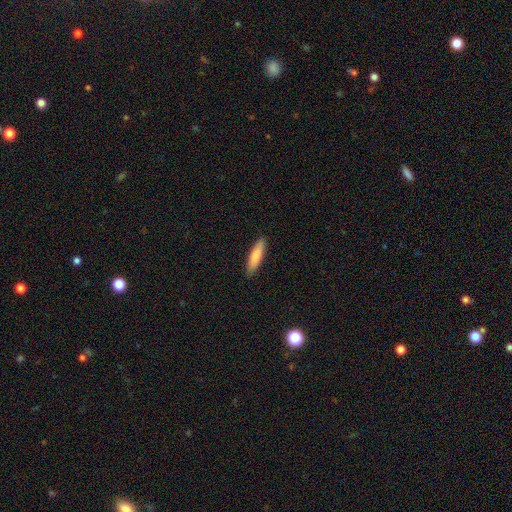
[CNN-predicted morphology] Smooth or featured? Predicted: smooth (p=0.84). How rounded? Predicted: cigar-shaped (p=0.71). Merging? Predicted: none (p=0.89).